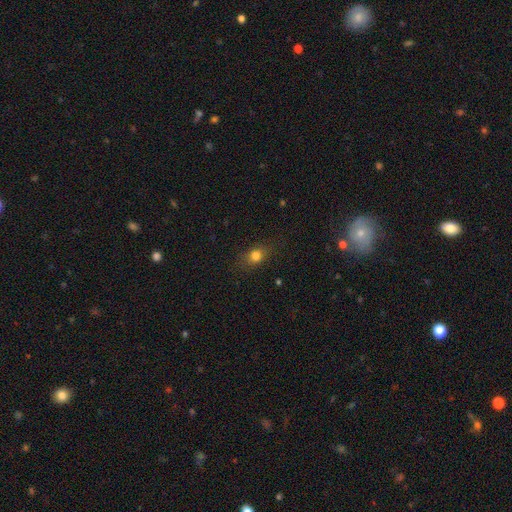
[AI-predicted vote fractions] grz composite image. It shows a smooth galaxy with no disk features (78%) that is in between round and cigar-shaped (53%). Merging: none (80%).